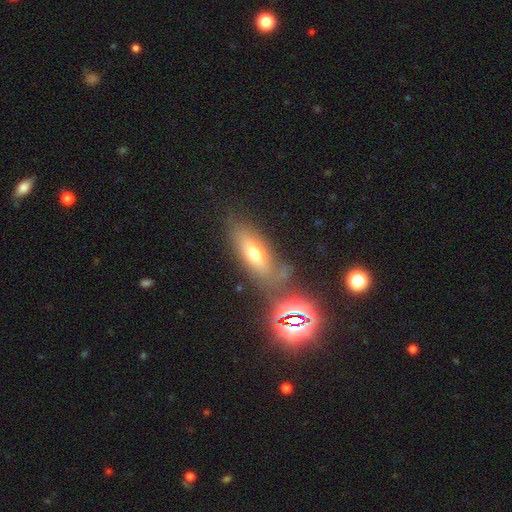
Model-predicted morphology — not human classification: type=smooth (52%); roundness=in between (61%); merging=none (69%).